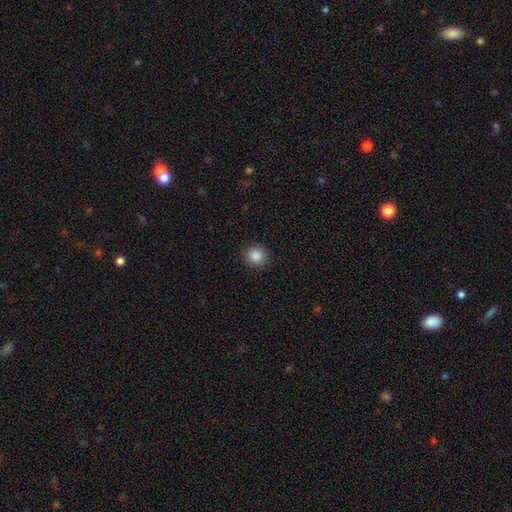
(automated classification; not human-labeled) smooth 87%, star or artifact 10%, featured or disk 3%. Down the decision tree: how rounded — round (91%); merging — none (91%).